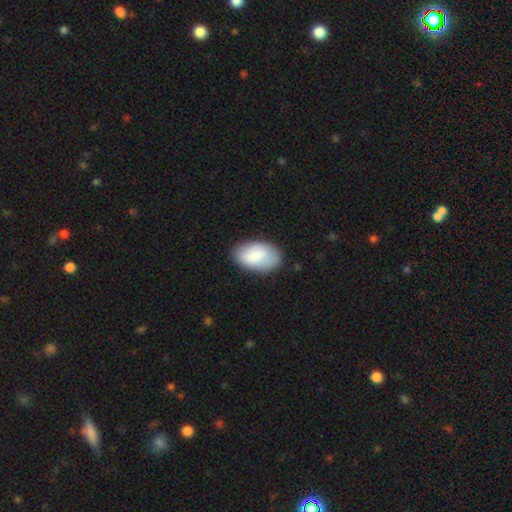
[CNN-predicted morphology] smooth_or_featured: smooth (p=0.82) [alt: featured or disk p=0.12]
how_rounded: in between (p=0.94) [alt: round p=0.05]
merging: none (p=0.78) [alt: minor disturbance p=0.16]